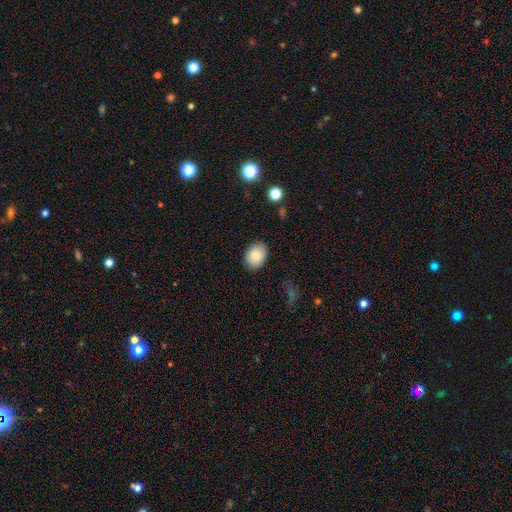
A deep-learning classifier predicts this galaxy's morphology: Smooth or featured? Predicted: smooth (p=0.84). How rounded? Predicted: in between (p=0.71). Merging? Predicted: none (p=0.86).